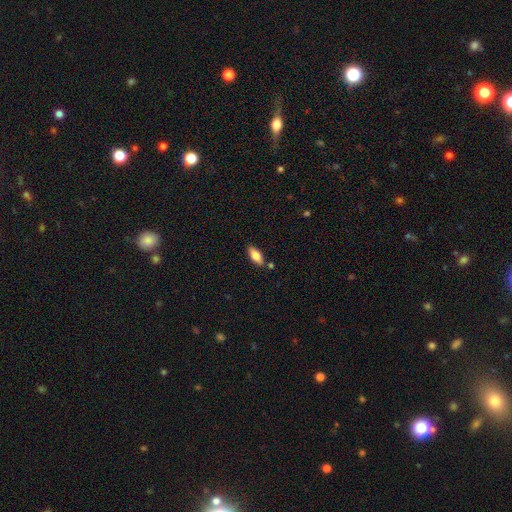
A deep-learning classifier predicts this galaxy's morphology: A smooth galaxy with no disk features (75%) that is in between round and cigar-shaped (81%). Merging: none (81%).